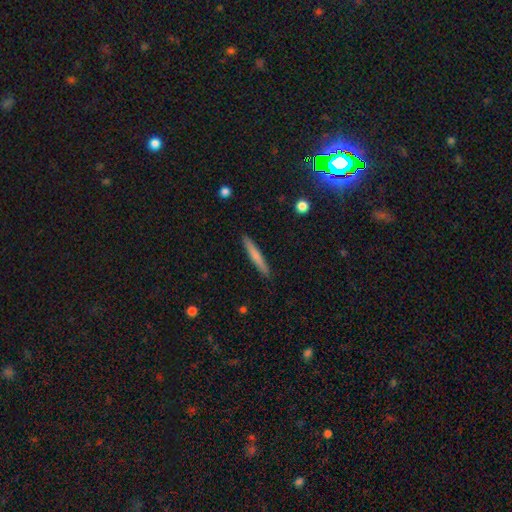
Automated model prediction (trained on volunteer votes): Smooth or featured? smooth (68%)
How rounded? cigar-shaped (95%)
Merging? none (91%)